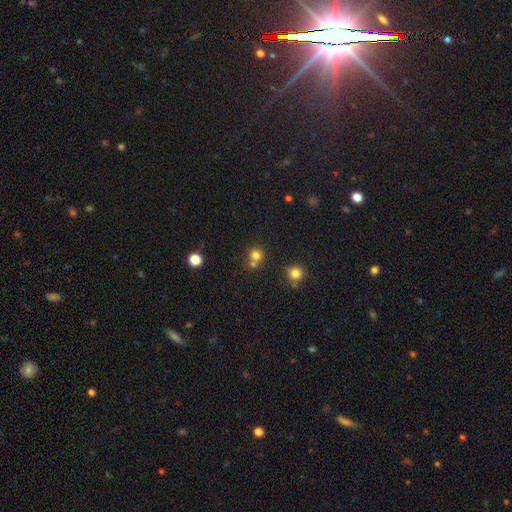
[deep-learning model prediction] A smooth galaxy with no disk features (77%) that is round (89%).

Vote fractions:
- Smooth or featured? smooth: 77% / star or artifact: 16% / featured or disk: 8%
- How rounded? round: 89% / in between: 10% / cigar-shaped: 1%
- Merging? none: 57% / merger: 32% / minor disturbance: 8% / major disturbance: 3%